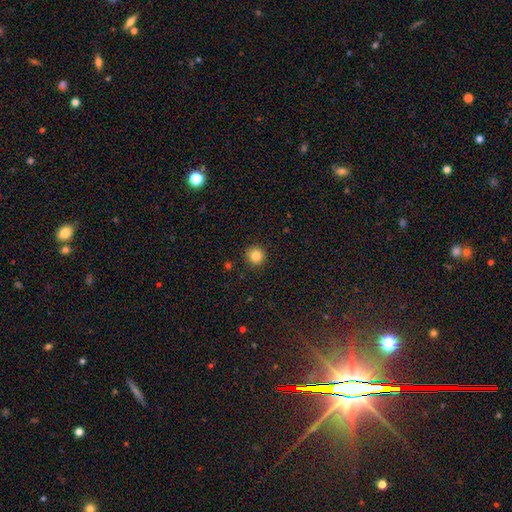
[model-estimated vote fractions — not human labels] This is clearly a smooth galaxy (85%). How rounded: clearly round (94%). Merging: clearly none (92%).